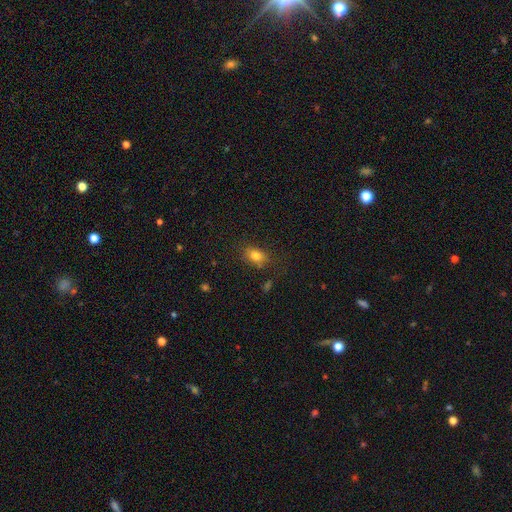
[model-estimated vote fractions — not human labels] A smooth galaxy with no disk features (80%) that is in between round and cigar-shaped (72%).

Vote fractions:
- Smooth or featured? smooth: 80% / star or artifact: 11% / featured or disk: 8%
- How rounded? in between: 72% / round: 26% / cigar-shaped: 2%
- Merging? none: 77% / minor disturbance: 15% / major disturbance: 5% / merger: 3%